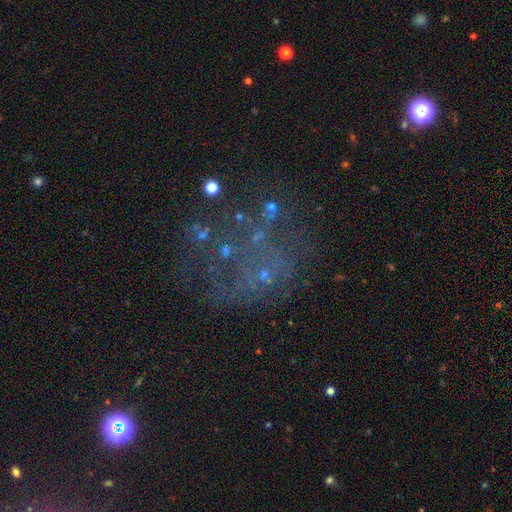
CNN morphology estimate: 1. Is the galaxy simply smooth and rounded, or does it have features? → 47% star or artifact, 35% featured or disk, 18% smooth.